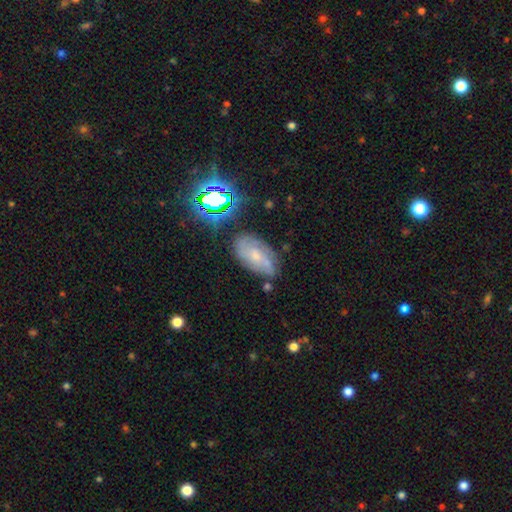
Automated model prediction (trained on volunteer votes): Q: Smooth or featured?
A: featured or disk (53%); runner-up: smooth (31%)
Q: Edge-on disk?
A: no (94%); runner-up: yes (6%)
Q: Bar?
A: no (64%); runner-up: weak (30%)
Q: Spiral arms?
A: yes (79%); runner-up: no (21%)
Q: Bulge size?
A: small (53%); runner-up: moderate (35%)
Q: Merging?
A: none (59%); runner-up: minor disturbance (26%)